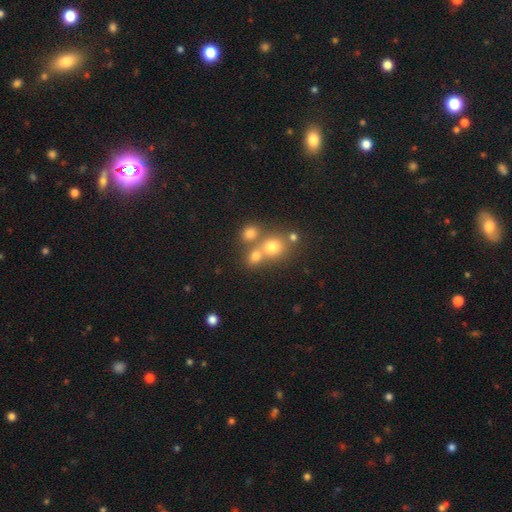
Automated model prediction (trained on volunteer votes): This is likely a smooth galaxy (71%). How rounded: likely round (69%). Merging: possibly none (46%).